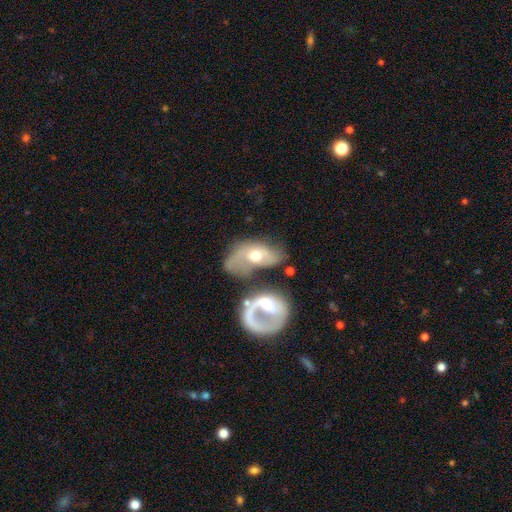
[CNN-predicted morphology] featured or disk 52%, smooth 39%, star or artifact 9%. Down the decision tree: edge-on disk — no (91%); merging — merger (38%).